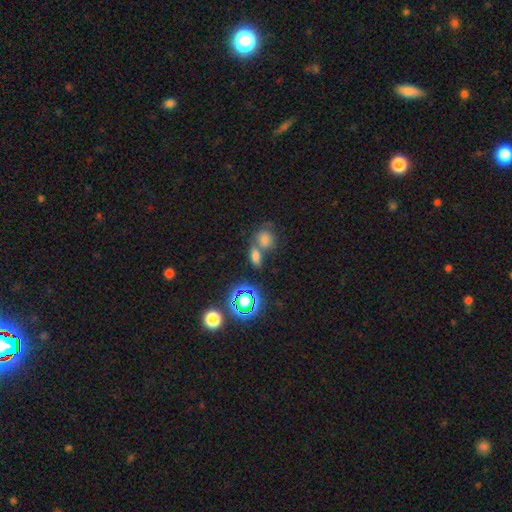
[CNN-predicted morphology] smooth-or-featured: smooth: 68% | star or artifact: 22% | featured or disk: 10%
  how-rounded: in between: 65% | round: 29% | cigar-shaped: 6%
  merging: none: 44% | merger: 43% | minor disturbance: 9% | major disturbance: 4%